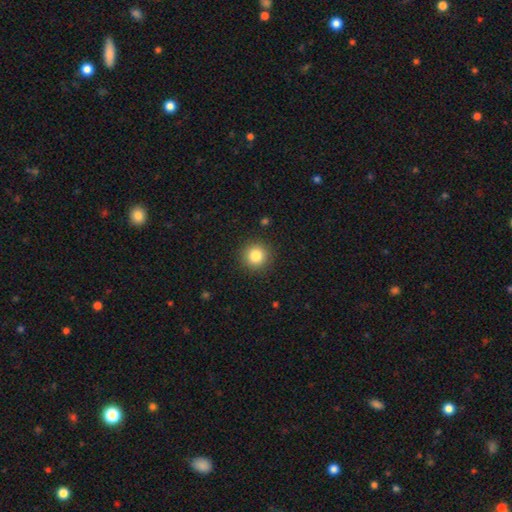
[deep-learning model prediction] Morphology: type=smooth (84%); roundness=round (94%); merging=none (91%).